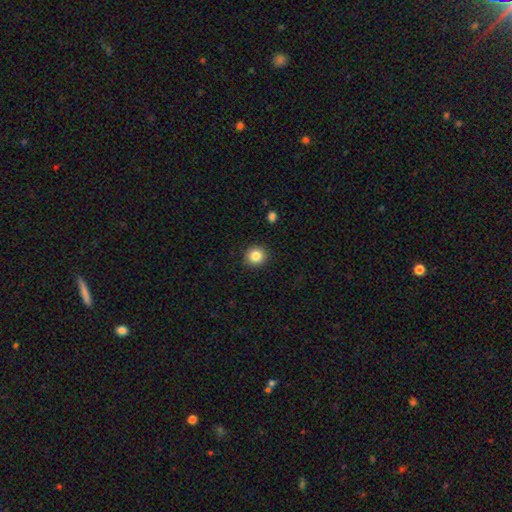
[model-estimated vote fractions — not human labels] smooth 85%, star or artifact 10%, featured or disk 5%. Down the decision tree: how rounded — round (90%); merging — none (92%).